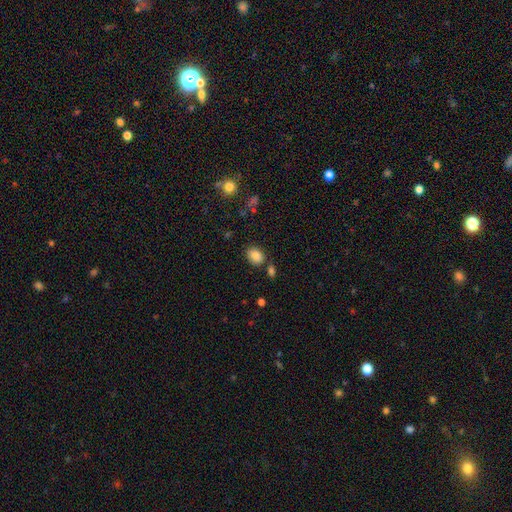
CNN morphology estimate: This appears to be a smooth galaxy with no disk features (87%) that is in between round and cigar-shaped (71%). Merging: none (75%).